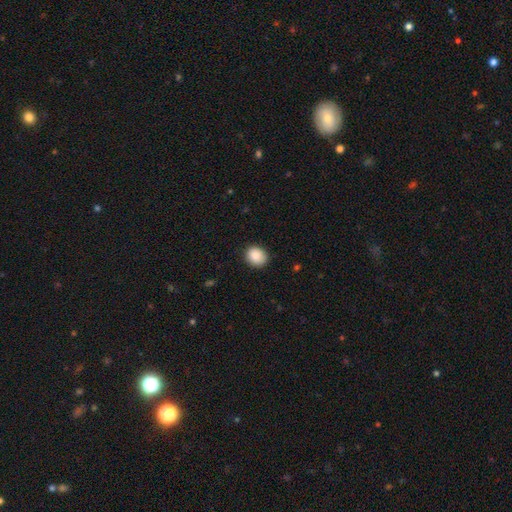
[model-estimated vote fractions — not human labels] Smooth or featured?
  - smooth: 89% *
  - star or artifact: 8%
  - featured or disk: 3%
How rounded?
  - round: 69% *
  - in between: 30%
  - cigar-shaped: 1%
Merging?
  - none: 86% *
  - minor disturbance: 11%
  - major disturbance: 2%
  - merger: 1%